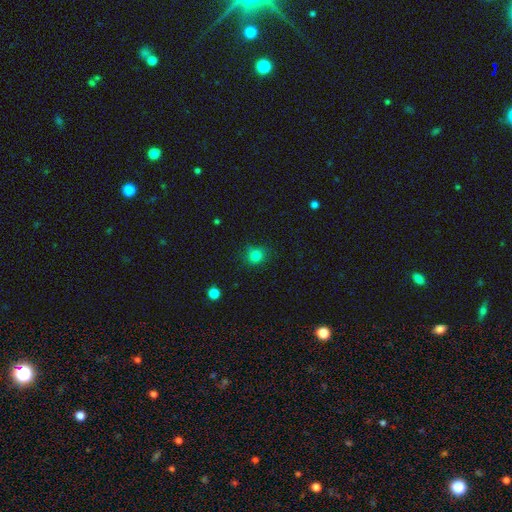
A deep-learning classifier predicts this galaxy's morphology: A smooth galaxy with no disk features (82%) that is round (84%).

Vote fractions:
- Smooth or featured? smooth: 82% / star or artifact: 13% / featured or disk: 5%
- How rounded? round: 84% / in between: 15% / cigar-shaped: 1%
- Merging? none: 81% / minor disturbance: 14% / major disturbance: 4% / merger: 1%